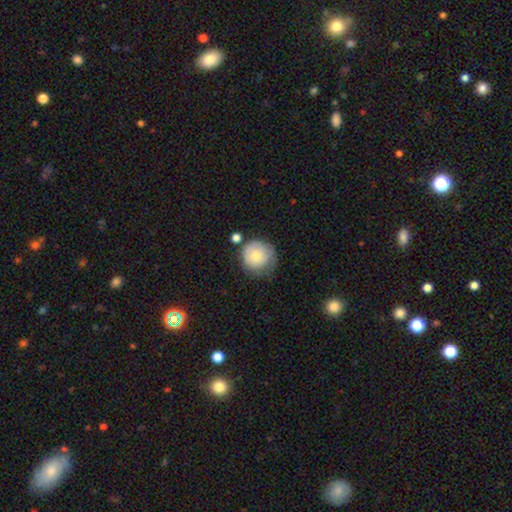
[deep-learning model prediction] smooth-or-featured: smooth: 75% | featured or disk: 17% | star or artifact: 7%
  how-rounded: round: 92% | in between: 7% | cigar-shaped: 1%
  merging: none: 55% | minor disturbance: 29% | major disturbance: 9% | merger: 7%